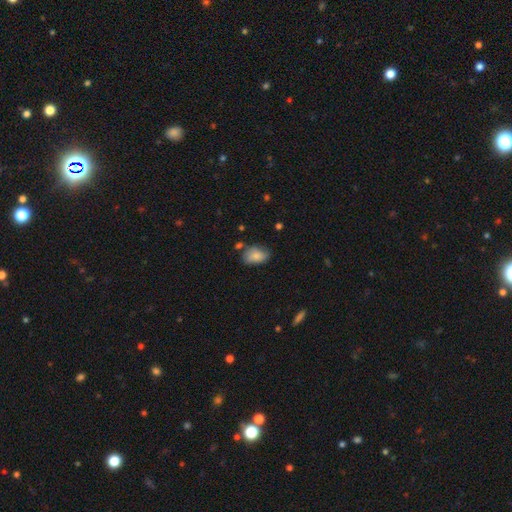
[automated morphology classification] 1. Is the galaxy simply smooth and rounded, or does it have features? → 81% smooth, 11% featured or disk, 8% star or artifact.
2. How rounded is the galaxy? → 86% in between, 12% round, 1% cigar-shaped.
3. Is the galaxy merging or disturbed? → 63% none, 26% minor disturbance, 6% major disturbance, 5% merger.